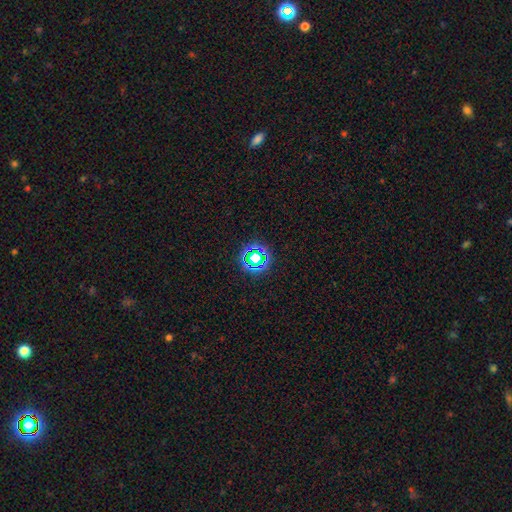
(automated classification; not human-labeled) A star or artifact, not a galaxy (62%).

Vote fractions:
- Smooth or featured? star or artifact: 62% / smooth: 26% / featured or disk: 12%